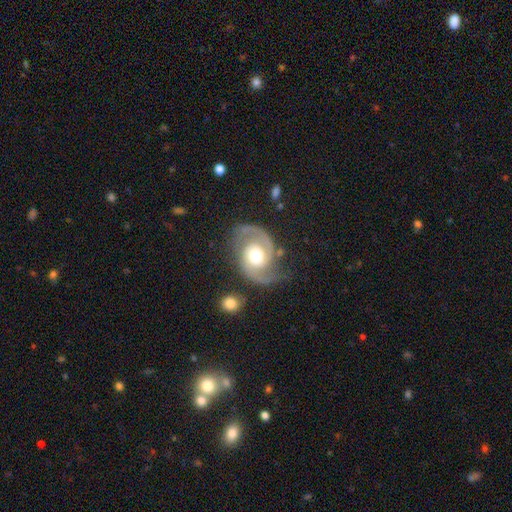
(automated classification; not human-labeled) Smooth or featured: featured or disk — 91% (smooth — 5%)
Edge-on disk: no — 98% (yes — 2%)
Bar: no — 64% (weak — 29%)
Spiral arms: yes — 97% (no — 3%)
Spiral winding: medium — 57% (tight — 27%)
Spiral arm count: 2 — 94% (can't tell — 2%)
Bulge size: moderate — 64% (large — 26%)
Merging: none — 73% (minor disturbance — 17%)